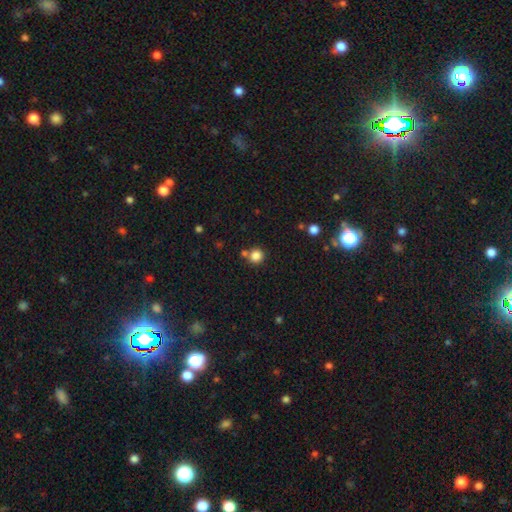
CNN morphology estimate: type=smooth (84%); roundness=round (93%); merging=none (73%).